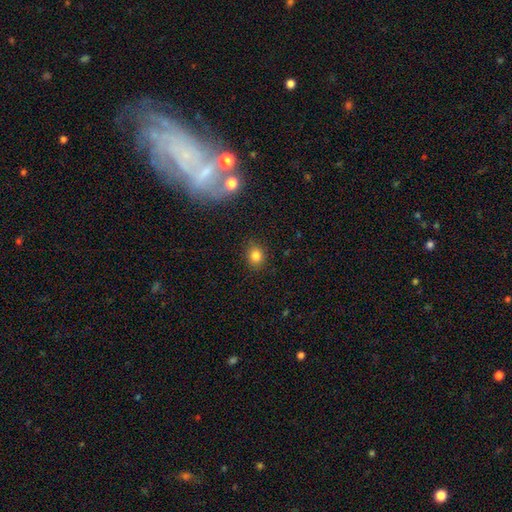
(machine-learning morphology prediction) This is clearly a smooth galaxy (82%). How rounded: likely round (68%). Merging: clearly none (85%).